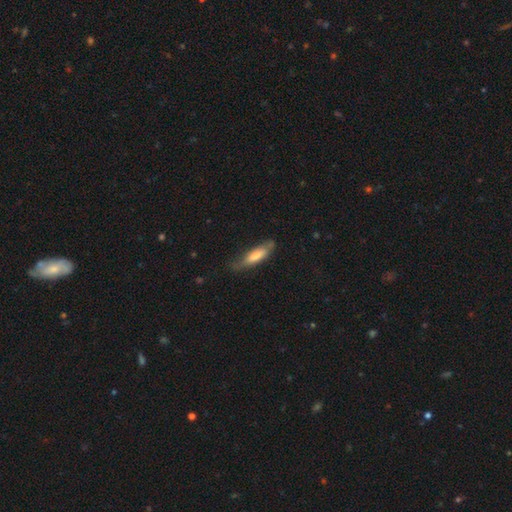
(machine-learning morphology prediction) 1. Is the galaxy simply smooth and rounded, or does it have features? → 62% smooth, 32% featured or disk, 6% star or artifact.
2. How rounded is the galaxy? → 65% cigar-shaped, 33% in between, 2% round.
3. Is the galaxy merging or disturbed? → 61% none, 28% minor disturbance, 9% major disturbance, 2% merger.